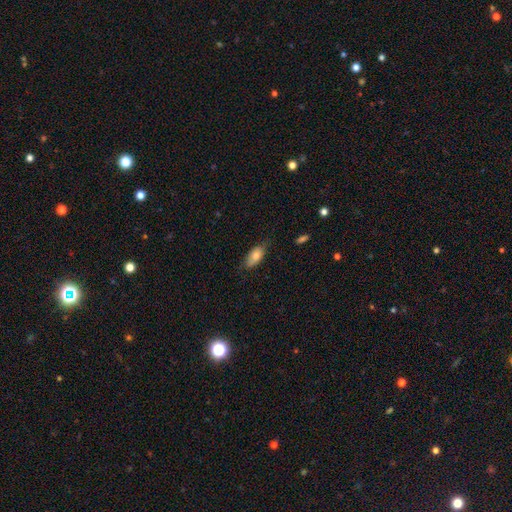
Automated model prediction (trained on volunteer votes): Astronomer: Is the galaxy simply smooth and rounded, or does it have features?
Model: smooth — 79%.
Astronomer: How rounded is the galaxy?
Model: in between — 87%.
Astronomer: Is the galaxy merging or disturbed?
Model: none — 70%.